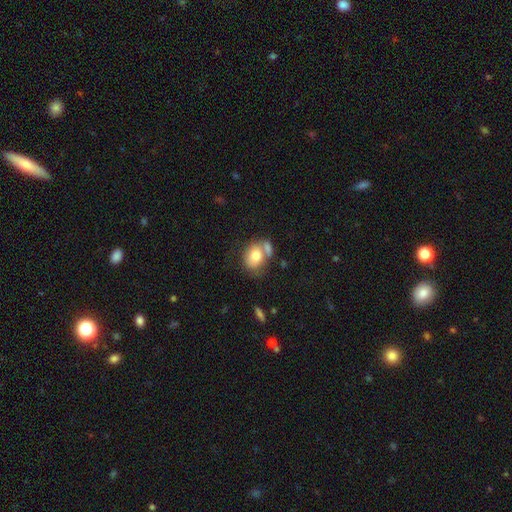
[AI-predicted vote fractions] A smooth galaxy with no disk features (74%) that is in between round and cigar-shaped (62%). Merging: none (39%).